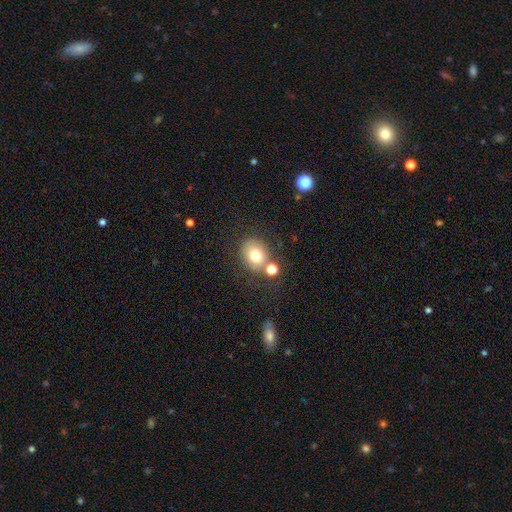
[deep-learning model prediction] Smooth or featured? Predicted: smooth (p=0.75). How rounded? Predicted: round (p=0.55). Merging? Predicted: none (p=0.63).